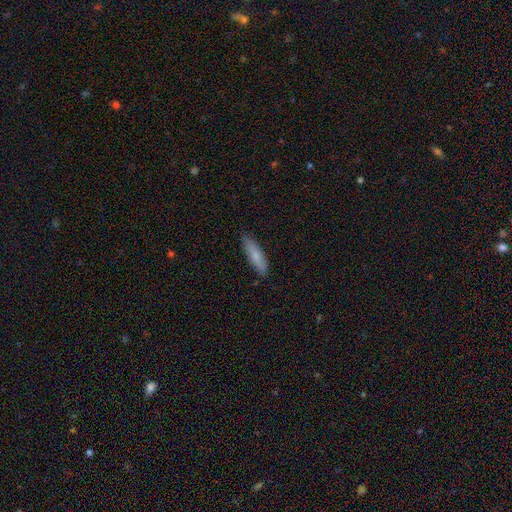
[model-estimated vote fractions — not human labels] Morphology: type=smooth (79%); roundness=cigar-shaped (69%); merging=none (84%).